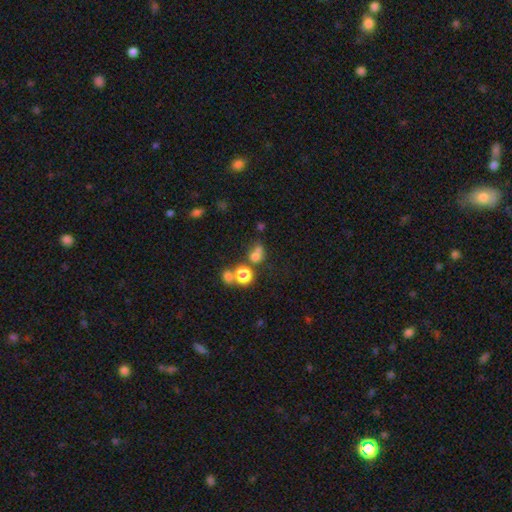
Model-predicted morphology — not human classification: This is likely a smooth galaxy (64%). How rounded: likely round (79%). Merging: possibly none (46%).